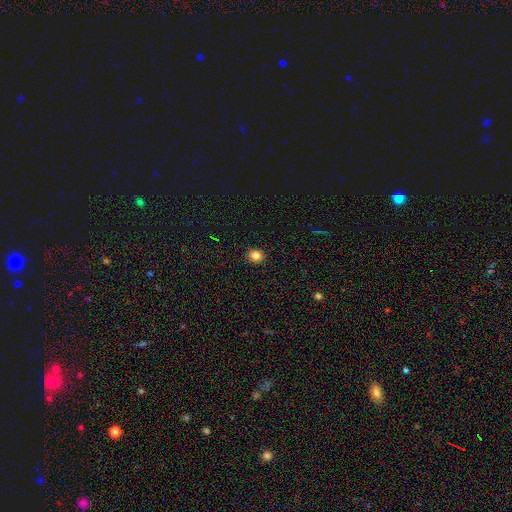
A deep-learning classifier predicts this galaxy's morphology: Smooth or featured?
  - smooth: 83% *
  - star or artifact: 12%
  - featured or disk: 5%
How rounded?
  - round: 79% *
  - in between: 20%
  - cigar-shaped: 1%
Merging?
  - none: 92% *
  - minor disturbance: 6%
  - major disturbance: 2%
  - merger: 1%